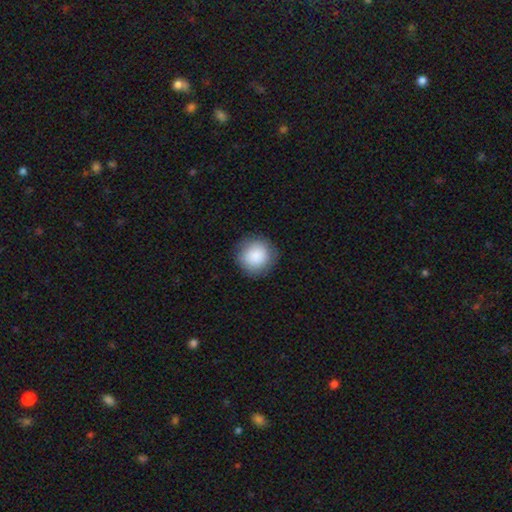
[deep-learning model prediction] A smooth galaxy with no disk features (88%) that is round (92%).

Vote fractions:
- Smooth or featured? smooth: 88% / star or artifact: 8% / featured or disk: 5%
- How rounded? round: 92% / in between: 7% / cigar-shaped: 1%
- Merging? none: 87% / minor disturbance: 9% / major disturbance: 3% / merger: 1%